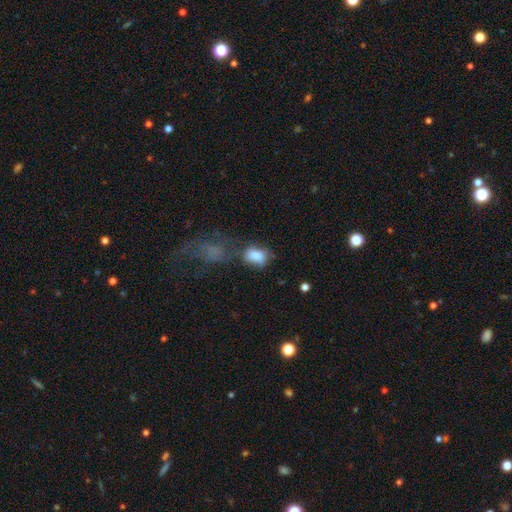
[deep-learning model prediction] A smooth galaxy with no disk features (79%) that is in between round and cigar-shaped (73%).

Vote fractions:
- Smooth or featured? smooth: 79% / featured or disk: 12% / star or artifact: 9%
- How rounded? in between: 73% / round: 25% / cigar-shaped: 2%
- Merging? none: 40% / minor disturbance: 26% / major disturbance: 17% / merger: 16%